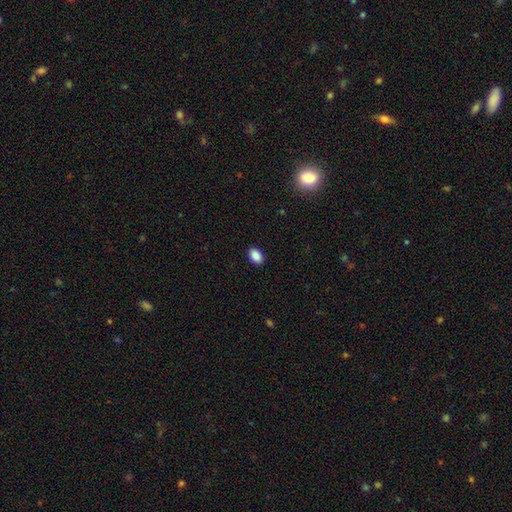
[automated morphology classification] Smooth or featured? smooth (89%)
How rounded? in between (87%)
Merging? none (90%)